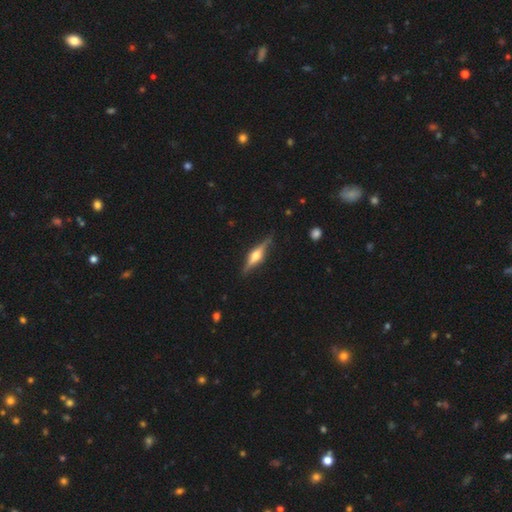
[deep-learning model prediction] featured or disk 77%, smooth 17%, star or artifact 6%. Down the decision tree: edge-on disk — yes (97%); edge-on bulge — rounded (91%); merging — none (87%).